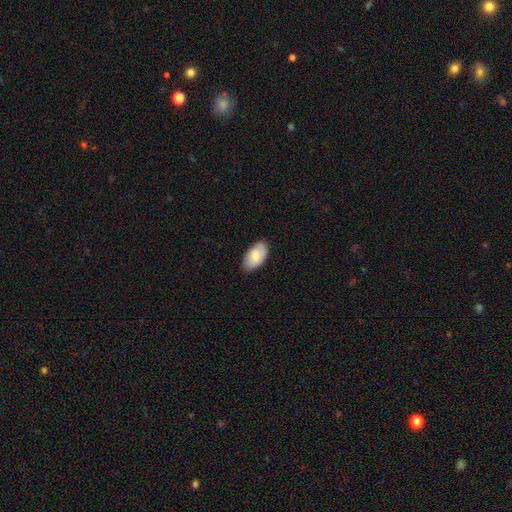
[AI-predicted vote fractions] The model was most divided on "smooth or featured": smooth: 76%, featured or disk: 18%, star or artifact: 6%. More confident: how rounded — in between (95%); merging — none (81%).